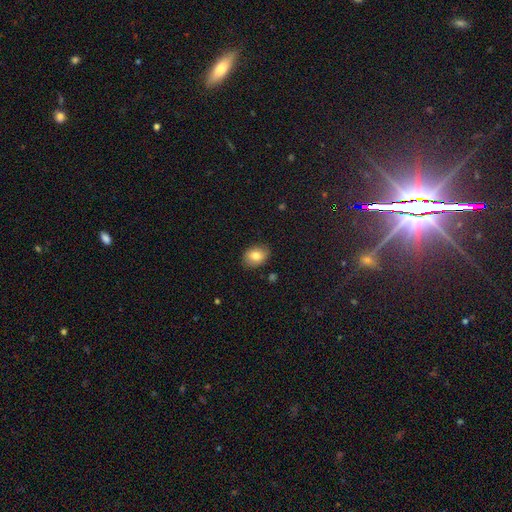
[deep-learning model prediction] A smooth galaxy with no disk features (79%) that is in between round and cigar-shaped (60%).

Vote fractions:
- Smooth or featured? smooth: 79% / featured or disk: 12% / star or artifact: 9%
- How rounded? in between: 60% / round: 39% / cigar-shaped: 1%
- Merging? none: 85% / minor disturbance: 12% / major disturbance: 2% / merger: 1%